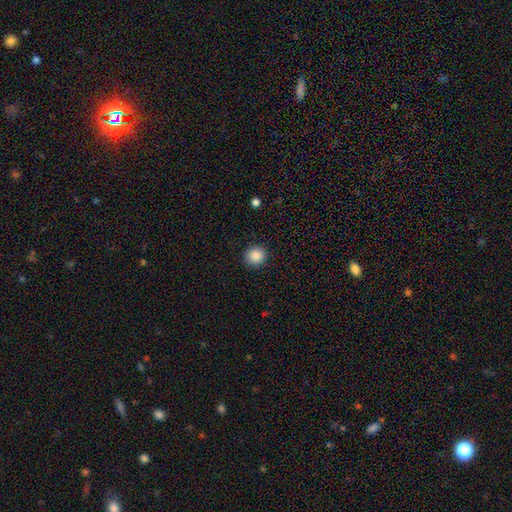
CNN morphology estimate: This appears to be a smooth galaxy with no disk features (87%) that is round (90%). Merging: none (91%).